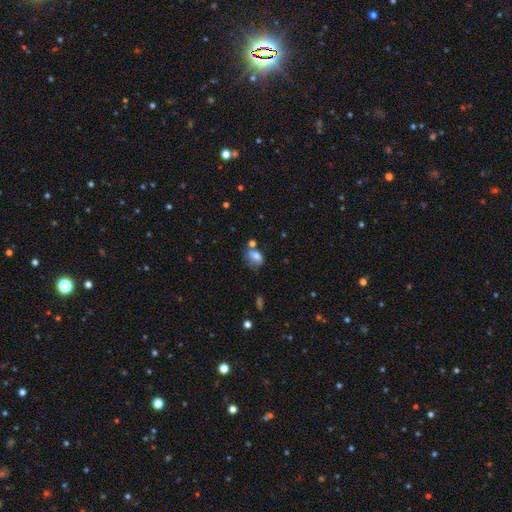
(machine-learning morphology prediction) type=smooth (69%); roundness=in between (78%); merging=none (41%).